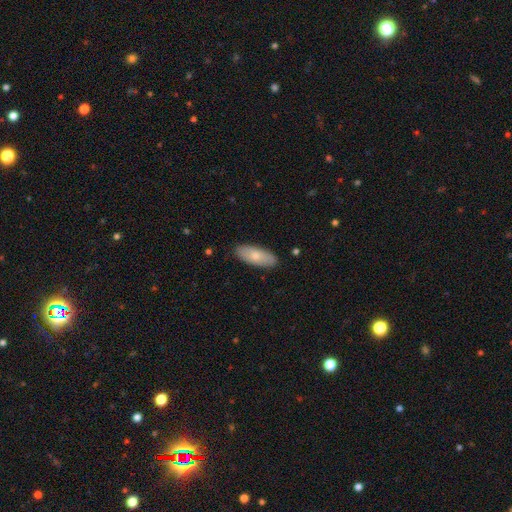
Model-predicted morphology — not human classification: Smooth or featured: smooth — 75% (featured or disk — 19%)
How rounded: in between — 78% (cigar-shaped — 20%)
Merging: none — 88% (minor disturbance — 9%)